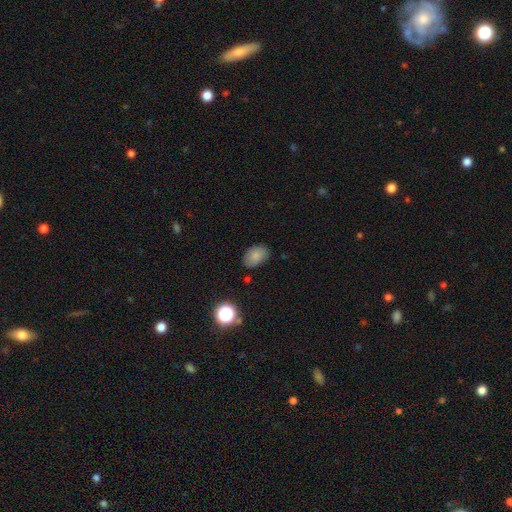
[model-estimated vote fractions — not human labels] Morphology: type=smooth (82%); roundness=in between (85%); merging=none (79%).